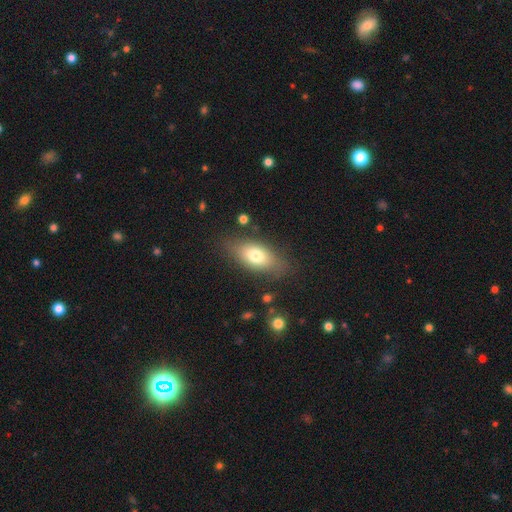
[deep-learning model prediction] A smooth galaxy with no disk features (73%) that is in between round and cigar-shaped (85%). Merging: none (76%).